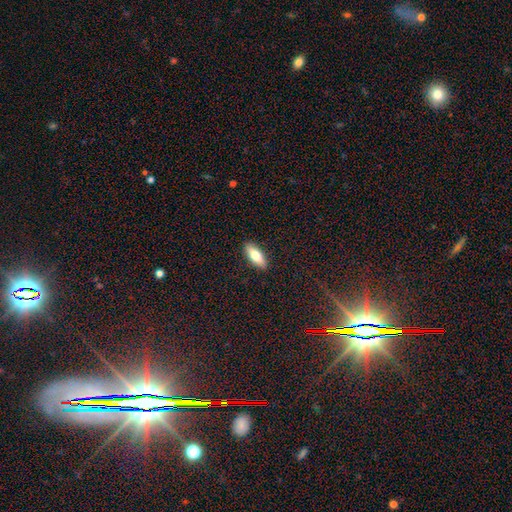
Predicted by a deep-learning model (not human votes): Morphology: type=smooth (74%); roundness=in between (72%); merging=none (90%).